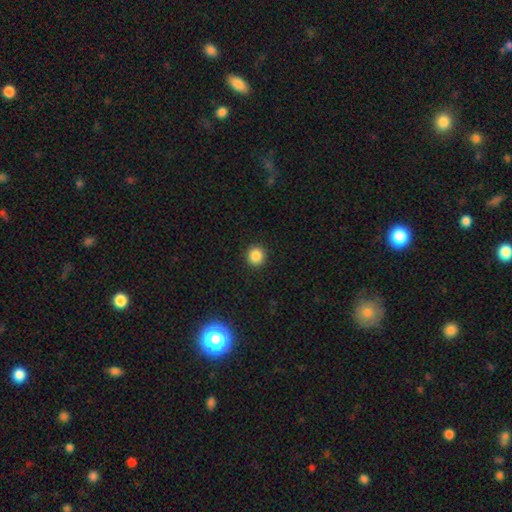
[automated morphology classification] smooth 86%, star or artifact 10%, featured or disk 3%. Down the decision tree: how rounded — round (92%); merging — none (92%).